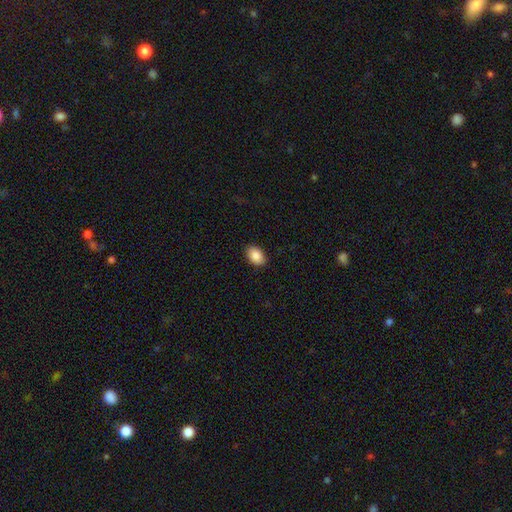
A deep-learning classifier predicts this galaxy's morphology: smooth_or_featured: smooth (p=0.88) [alt: star or artifact p=0.07]
how_rounded: in between (p=0.85) [alt: round p=0.14]
merging: none (p=0.88) [alt: minor disturbance p=0.09]